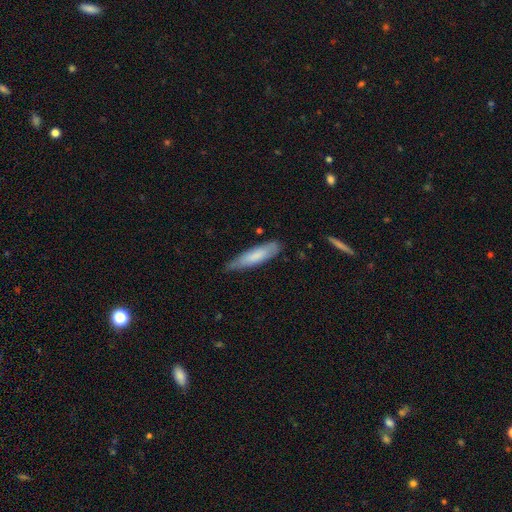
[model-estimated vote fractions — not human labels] Overall: smooth (74%). How rounded: cigar-shaped (73%). Merging: none (66%; minor disturbance 28%).